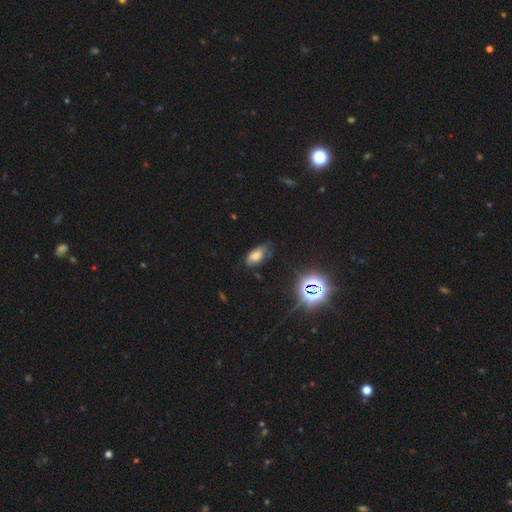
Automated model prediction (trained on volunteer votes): Smooth or featured? smooth (61%)
How rounded? in between (90%)
Merging? none (55%)